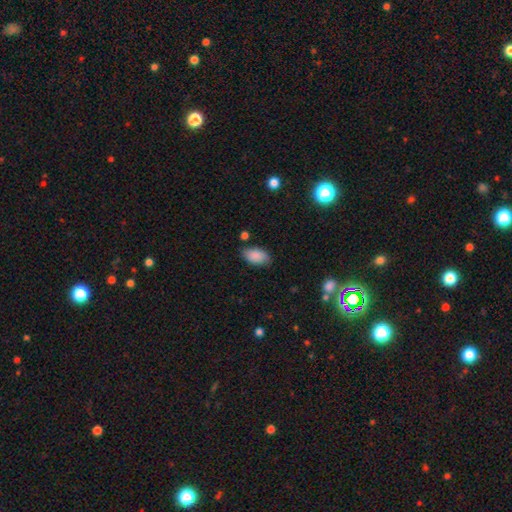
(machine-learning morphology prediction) Overall: smooth (88%). How rounded: in between (94%). Merging: none (79%).